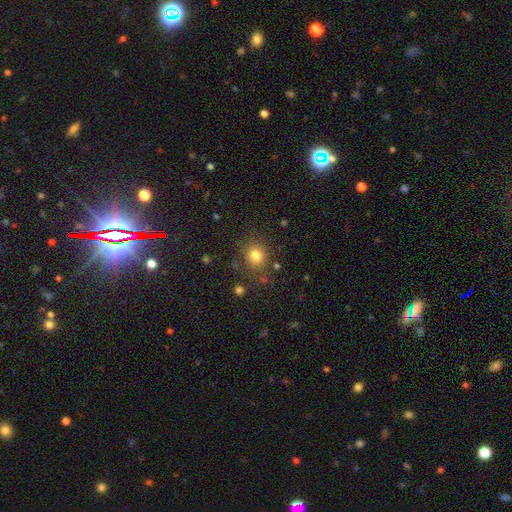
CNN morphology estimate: A smooth galaxy with no disk features (80%) that is round (83%).

Vote fractions:
- Smooth or featured? smooth: 80% / star or artifact: 14% / featured or disk: 6%
- How rounded? round: 83% / in between: 16% / cigar-shaped: 1%
- Merging? none: 83% / minor disturbance: 10% / major disturbance: 4% / merger: 3%